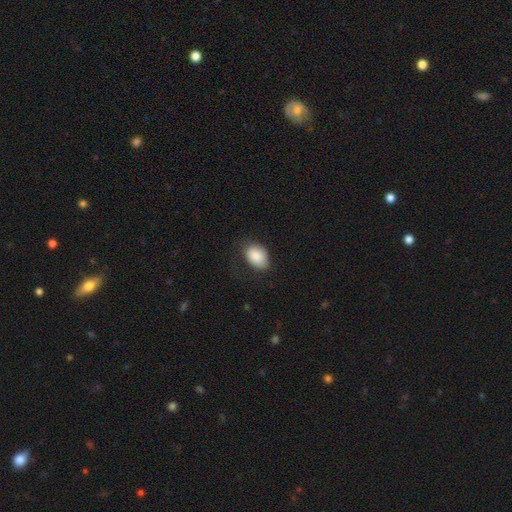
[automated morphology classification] smooth 85%, featured or disk 8%, star or artifact 7%. Down the decision tree: how rounded — in between (83%); merging — none (62%).